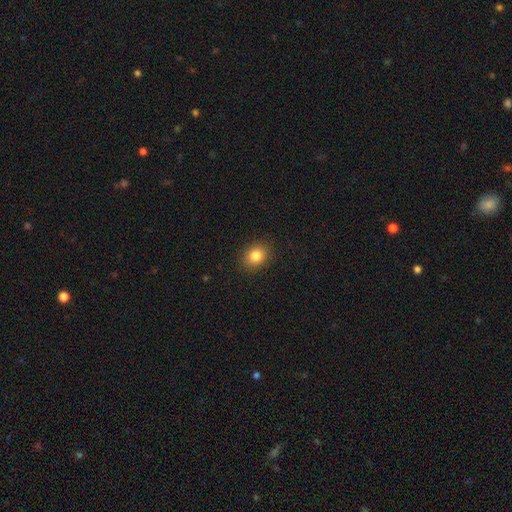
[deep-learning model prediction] Smooth or featured? smooth (83%)
How rounded? round (55%)
Merging? none (89%)